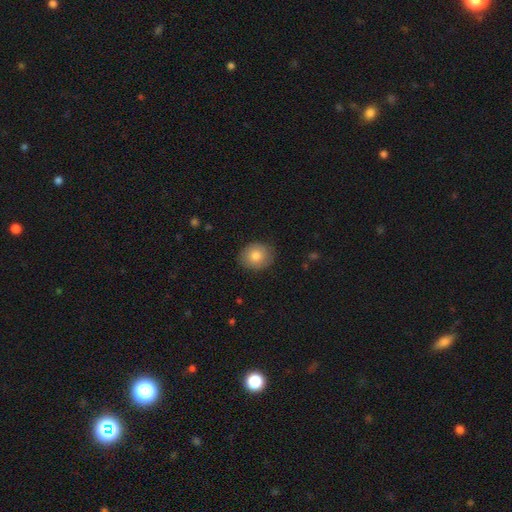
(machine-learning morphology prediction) smooth_or_featured: smooth (p=0.81) [alt: featured or disk p=0.11]
how_rounded: round (p=0.59) [alt: in between p=0.40]
merging: none (p=0.85) [alt: minor disturbance p=0.12]